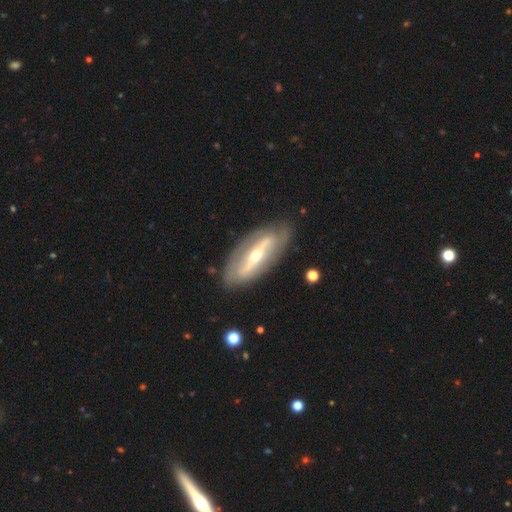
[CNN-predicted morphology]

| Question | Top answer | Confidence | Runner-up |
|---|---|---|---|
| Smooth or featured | featured or disk | 78% | smooth (17%) |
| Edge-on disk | no | 80% | yes (20%) |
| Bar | strong | 64% | weak (20%) |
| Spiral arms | yes | 58% | no (42%) |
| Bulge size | moderate | 54% | small (41%) |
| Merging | none | 80% | minor disturbance (14%) |